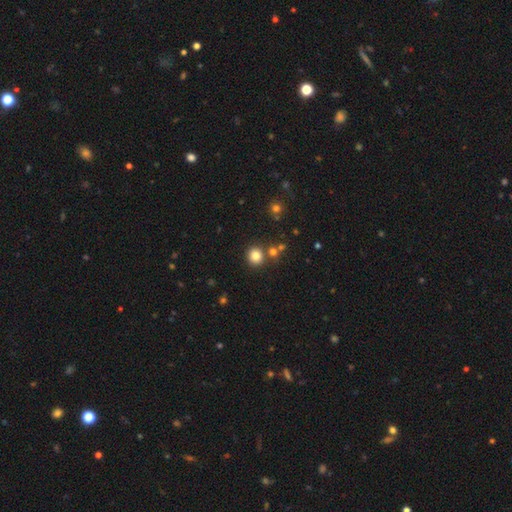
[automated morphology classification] The model was most divided on "smooth or featured": smooth: 82%, star or artifact: 12%, featured or disk: 6%. More confident: how rounded — round (89%); merging — none (81%).